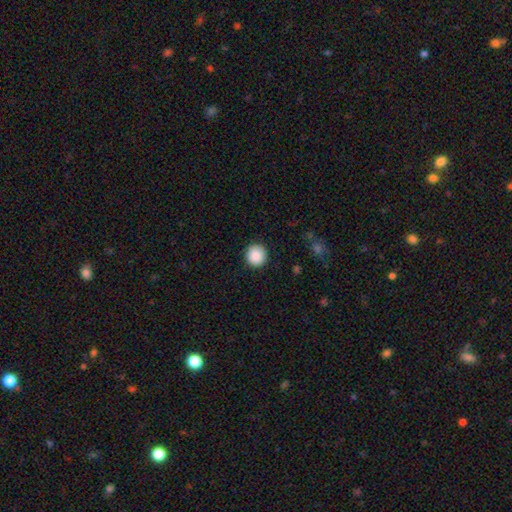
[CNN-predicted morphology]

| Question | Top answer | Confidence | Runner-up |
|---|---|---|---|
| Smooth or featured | smooth | 89% | star or artifact (8%) |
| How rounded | round | 93% | in between (6%) |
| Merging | none | 91% | minor disturbance (6%) |